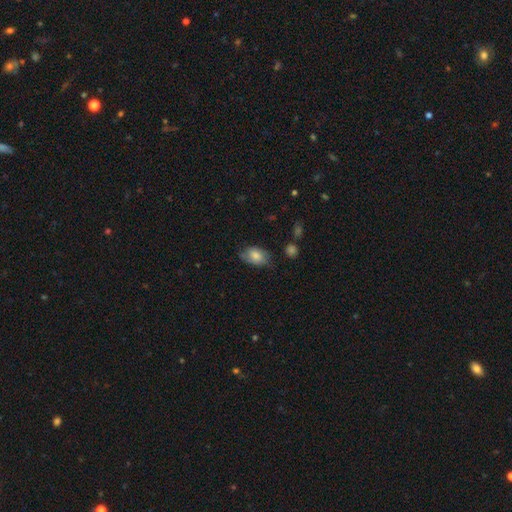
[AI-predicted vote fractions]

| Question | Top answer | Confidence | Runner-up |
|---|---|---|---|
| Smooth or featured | smooth | 67% | featured or disk (25%) |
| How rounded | in between | 84% | round (14%) |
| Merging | none | 58% | minor disturbance (30%) |